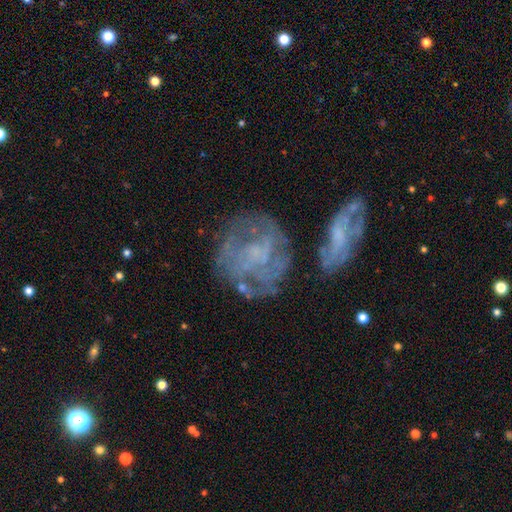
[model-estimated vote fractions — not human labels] A featured or disk galaxy (63%) with no bar (76%), no spiral arms (50%, tied with yes) and no central bulge (49%). Merging: none (56%).